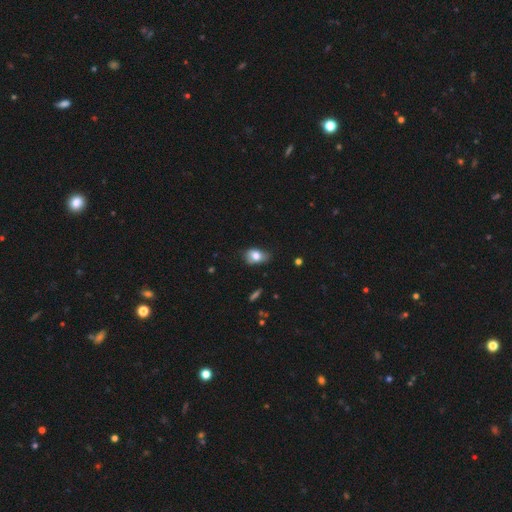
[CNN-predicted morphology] type=smooth (78%); roundness=in between (79%); merging=none (49%).